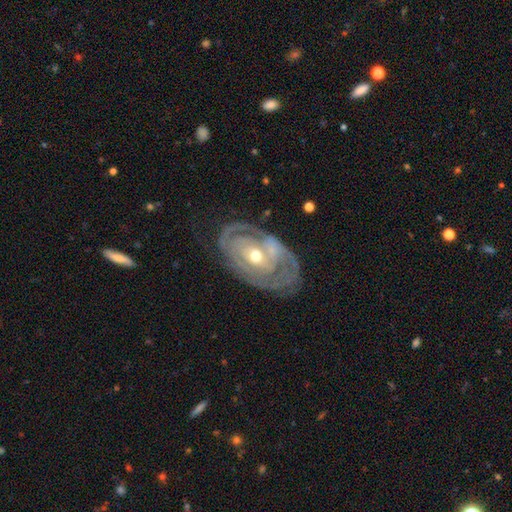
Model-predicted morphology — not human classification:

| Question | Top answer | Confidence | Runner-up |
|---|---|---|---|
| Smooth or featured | featured or disk | 84% | smooth (11%) |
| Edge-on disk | no | 95% | yes (5%) |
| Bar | no | 70% | weak (21%) |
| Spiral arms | yes | 79% | no (21%) |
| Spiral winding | tight | 75% | medium (19%) |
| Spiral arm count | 2 | 37% | can't tell (36%) |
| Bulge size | moderate | 59% | small (37%) |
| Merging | none | 61% | minor disturbance (19%) |